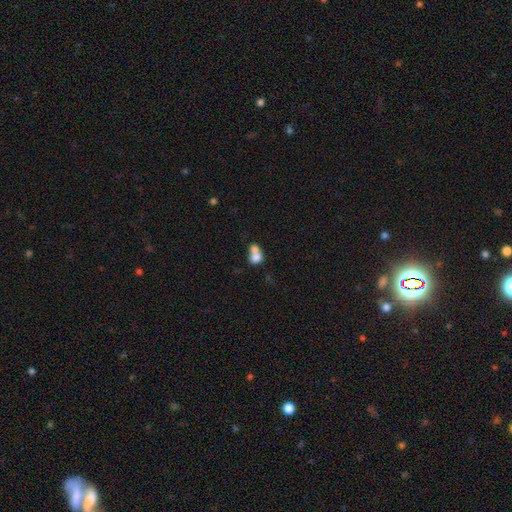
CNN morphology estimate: type=smooth (73%); roundness=round (56%); merging=merger (69%).